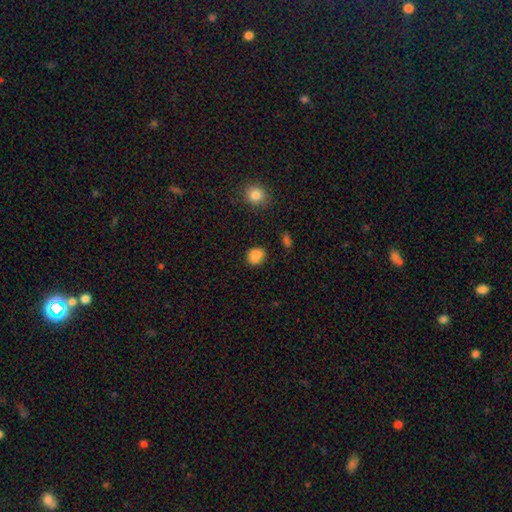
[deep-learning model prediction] This is clearly a smooth galaxy (84%). How rounded: likely round (61%). Merging: likely none (75%).